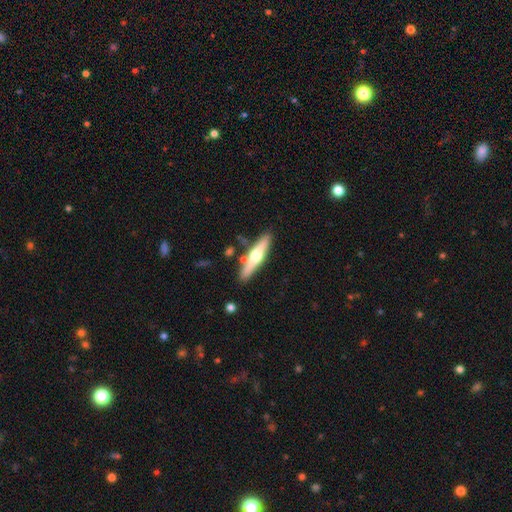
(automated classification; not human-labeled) Smooth or featured? Predicted: featured or disk (p=0.56). Edge-on disk? Predicted: yes (p=0.94). Edge-on bulge? Predicted: rounded (p=0.92). Merging? Predicted: none (p=0.80).